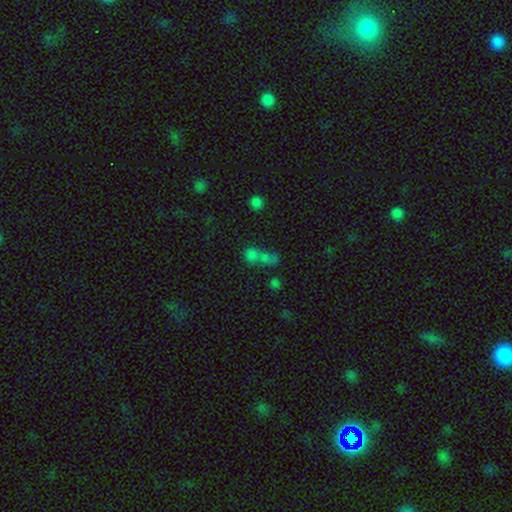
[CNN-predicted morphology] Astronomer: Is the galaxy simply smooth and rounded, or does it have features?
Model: smooth — 66%.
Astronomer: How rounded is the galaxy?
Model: round — 63%.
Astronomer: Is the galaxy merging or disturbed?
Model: merger — 60%.